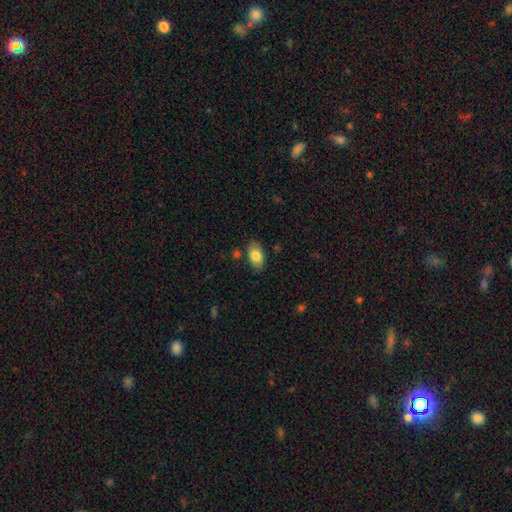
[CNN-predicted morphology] Smooth or featured? Predicted: smooth (p=0.81). How rounded? Predicted: in between (p=0.91). Merging? Predicted: none (p=0.83).